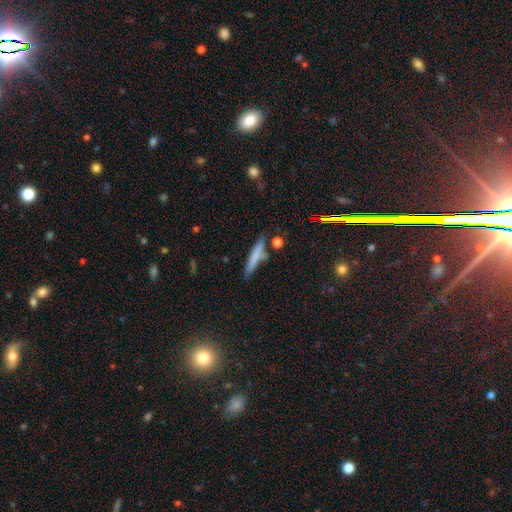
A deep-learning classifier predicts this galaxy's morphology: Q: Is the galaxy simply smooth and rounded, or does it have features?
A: smooth — 70%.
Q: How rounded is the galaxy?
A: cigar-shaped — 89%.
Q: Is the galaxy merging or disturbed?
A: none — 70%.